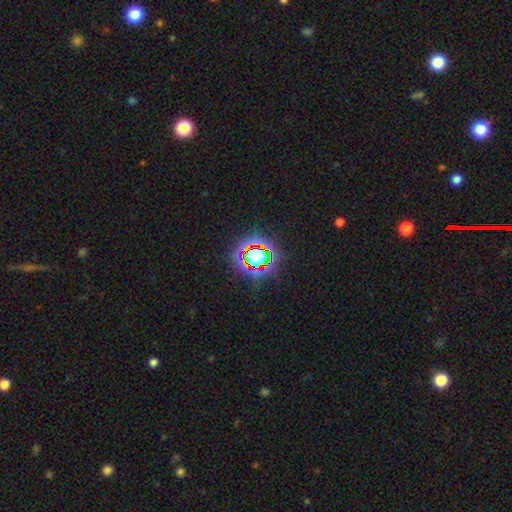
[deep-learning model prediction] Smooth or featured? star or artifact (66%)